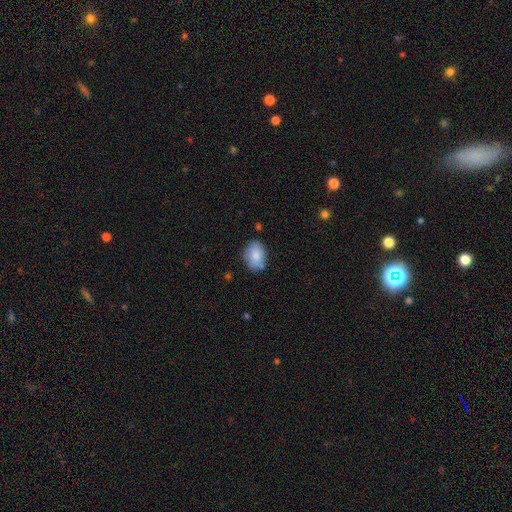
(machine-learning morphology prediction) smooth-or-featured: smooth: 84% | featured or disk: 9% | star or artifact: 7%
  how-rounded: in between: 77% | round: 22% | cigar-shaped: 1%
  merging: none: 73% | minor disturbance: 19% | merger: 4% | major disturbance: 4%